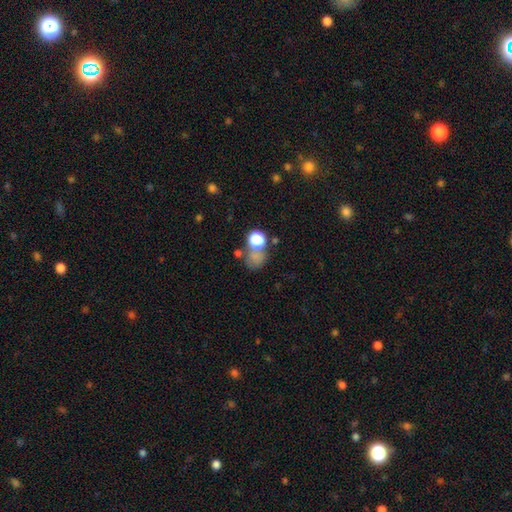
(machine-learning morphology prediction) type=smooth (62%); roundness=round (67%); merging=none (43%).